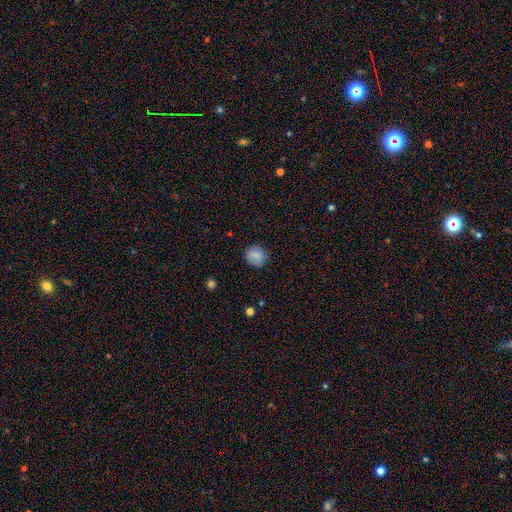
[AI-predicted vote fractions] The model was most divided on "how rounded": round: 78%, in between: 21%, cigar-shaped: 1%. More confident: smooth or featured — smooth (84%); merging — none (82%).